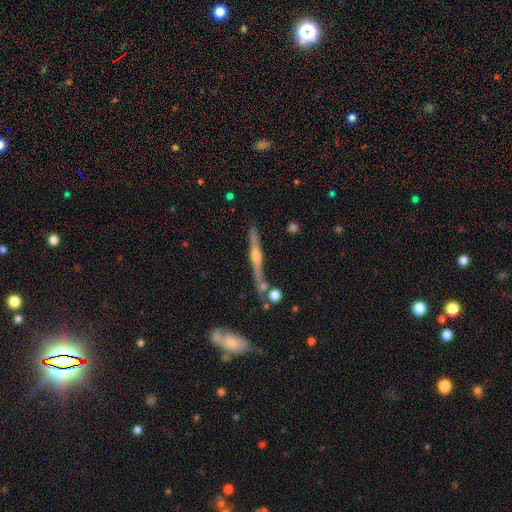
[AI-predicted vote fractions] A featured or disk galaxy (78%) viewed edge-on (97%) with a rounded central bulge (90%). Merging: none (77%).